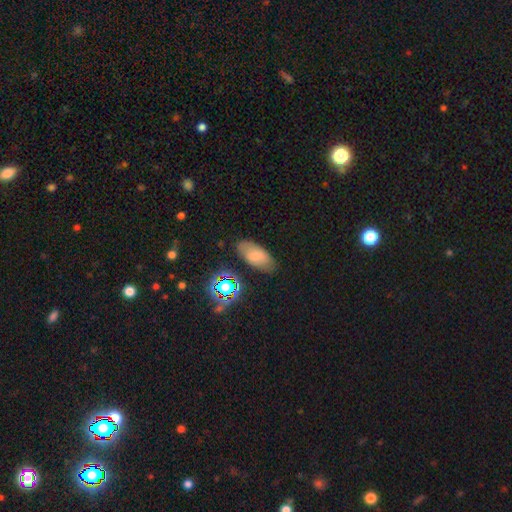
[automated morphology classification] Smooth or featured: smooth — 52% (featured or disk — 25%)
How rounded: in between — 86% (cigar-shaped — 8%)
Merging: none — 79% (minor disturbance — 15%)